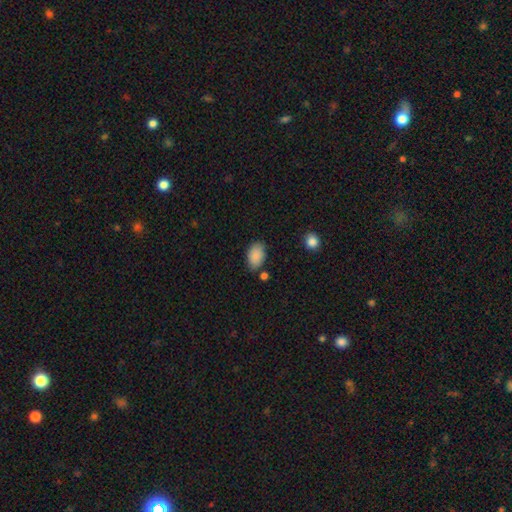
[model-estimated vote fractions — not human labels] Smooth or featured? smooth (89%)
How rounded? in between (91%)
Merging? none (78%)